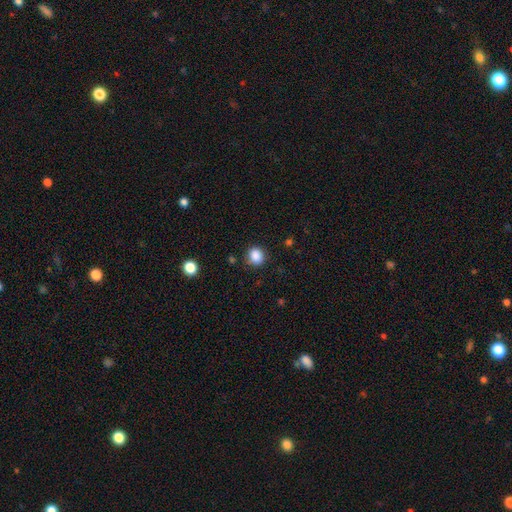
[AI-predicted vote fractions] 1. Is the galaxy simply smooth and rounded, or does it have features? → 87% smooth, 10% star or artifact, 3% featured or disk.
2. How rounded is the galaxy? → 77% round, 22% in between, 1% cigar-shaped.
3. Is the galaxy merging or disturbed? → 84% none, 11% minor disturbance, 3% major disturbance, 2% merger.